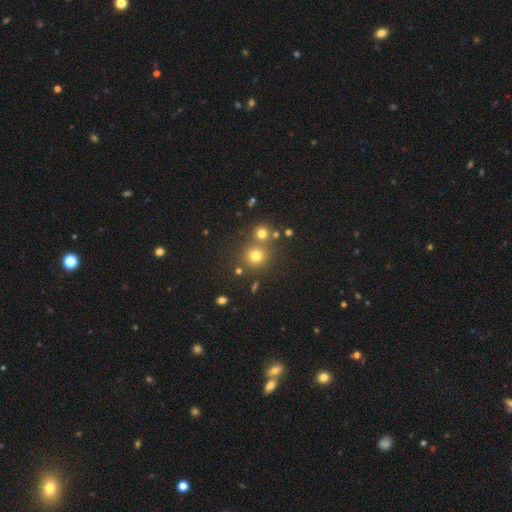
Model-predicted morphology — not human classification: Overall: smooth (73%). How rounded: round (90%). Merging: none (69%).